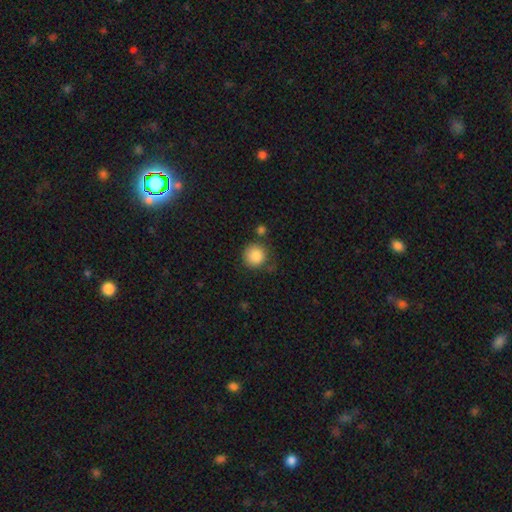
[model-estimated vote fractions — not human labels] This is clearly a smooth galaxy (88%). How rounded: clearly round (93%). Merging: likely none (72%).